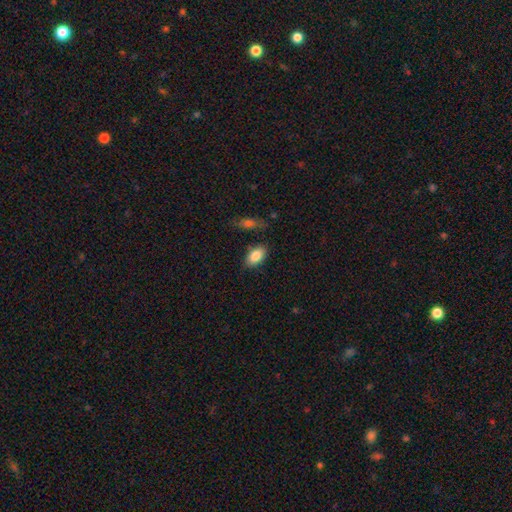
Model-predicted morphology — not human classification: smooth-or-featured: smooth: 85% | featured or disk: 8% | star or artifact: 7%
  how-rounded: in between: 92% | round: 5% | cigar-shaped: 3%
  merging: none: 81% | minor disturbance: 12% | merger: 4% | major disturbance: 3%